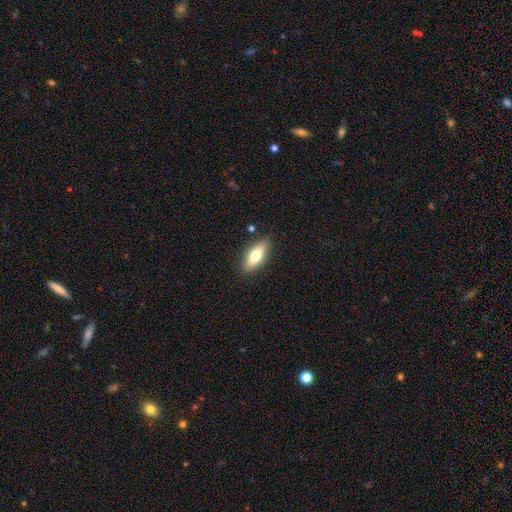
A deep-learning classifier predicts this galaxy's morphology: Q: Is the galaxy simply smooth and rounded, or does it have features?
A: smooth — 68%.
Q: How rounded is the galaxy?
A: in between — 74%.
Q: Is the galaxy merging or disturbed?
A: none — 86%.